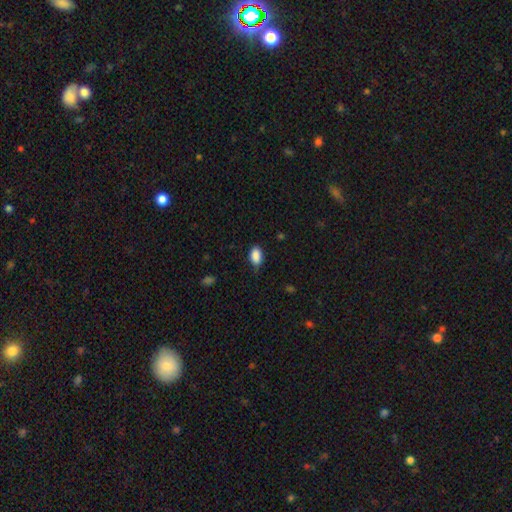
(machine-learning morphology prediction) smooth_or_featured: smooth (p=0.88) [alt: star or artifact p=0.08]
how_rounded: in between (p=0.90) [alt: round p=0.08]
merging: none (p=0.72) [alt: minor disturbance p=0.23]